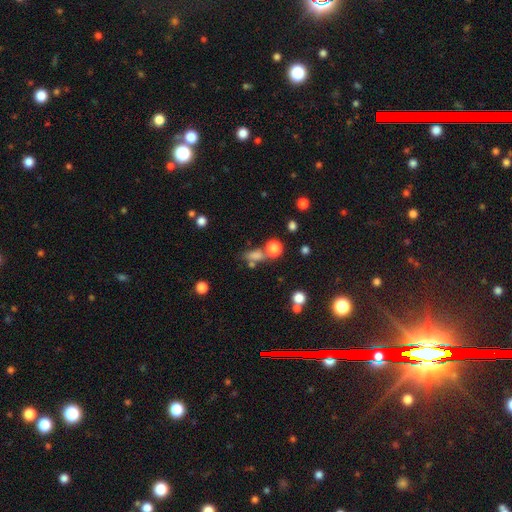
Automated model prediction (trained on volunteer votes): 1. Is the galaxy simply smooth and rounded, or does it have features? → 72% smooth, 18% star or artifact, 10% featured or disk.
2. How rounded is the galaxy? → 60% in between, 27% round, 14% cigar-shaped.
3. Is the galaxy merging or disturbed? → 51% none, 26% merger, 15% minor disturbance, 8% major disturbance.